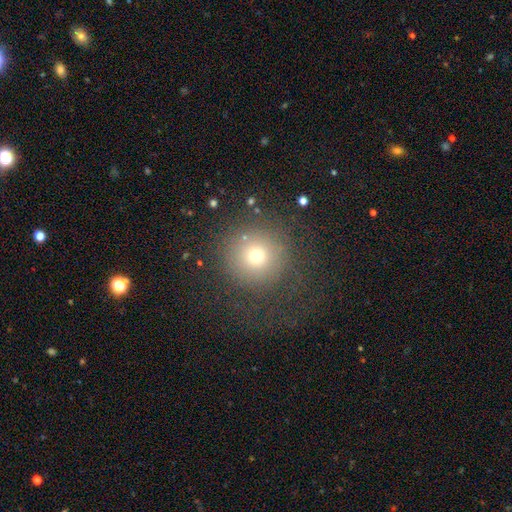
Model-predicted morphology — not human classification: Smooth or featured? Predicted: smooth (p=0.69). How rounded? Predicted: round (p=0.95). Merging? Predicted: none (p=0.78).